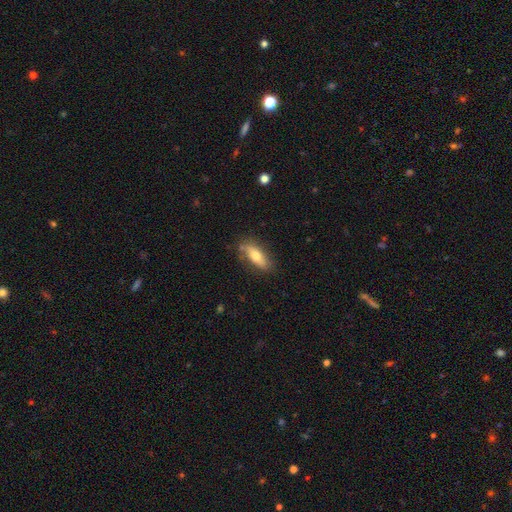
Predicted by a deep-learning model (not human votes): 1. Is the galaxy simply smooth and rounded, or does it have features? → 64% smooth, 30% featured or disk, 6% star or artifact.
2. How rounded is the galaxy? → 63% in between, 34% cigar-shaped, 3% round.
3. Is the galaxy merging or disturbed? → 74% none, 19% minor disturbance, 4% major disturbance, 2% merger.